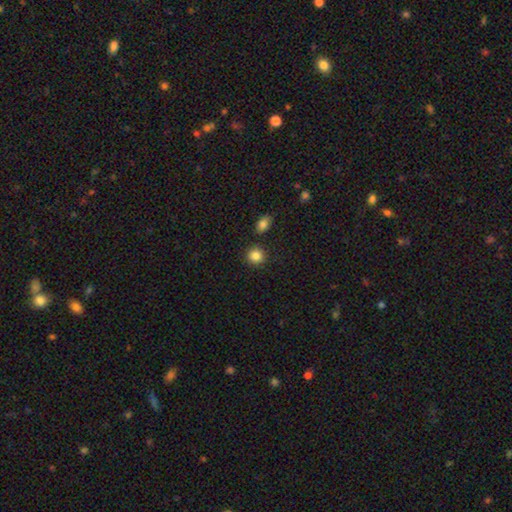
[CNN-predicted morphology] Overall: smooth (86%). How rounded: round (88%). Merging: none (86%).